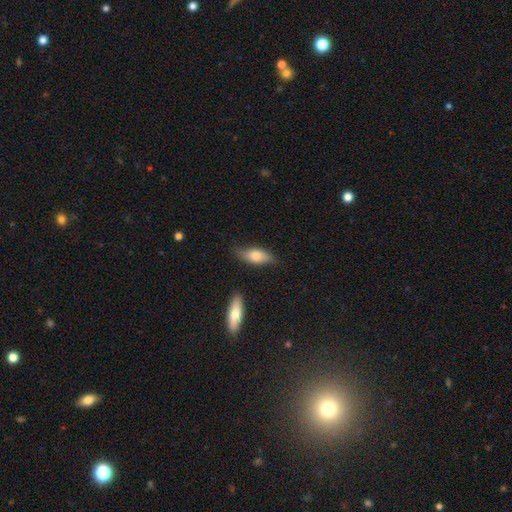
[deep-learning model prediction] Smooth or featured? smooth (68%)
How rounded? in between (75%)
Merging? none (67%)